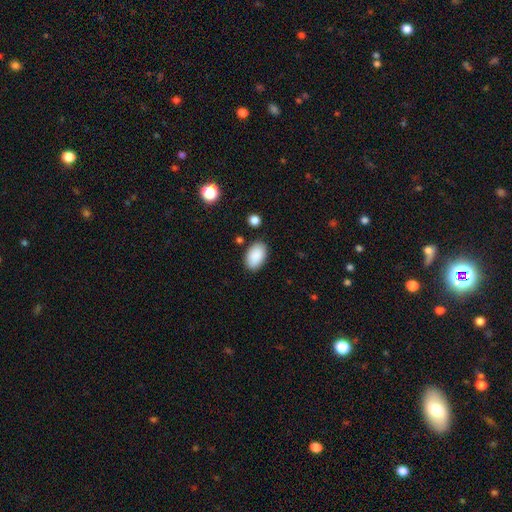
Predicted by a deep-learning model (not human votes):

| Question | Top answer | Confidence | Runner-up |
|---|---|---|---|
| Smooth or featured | smooth | 89% | star or artifact (7%) |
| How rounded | in between | 93% | round (6%) |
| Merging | none | 84% | minor disturbance (11%) |